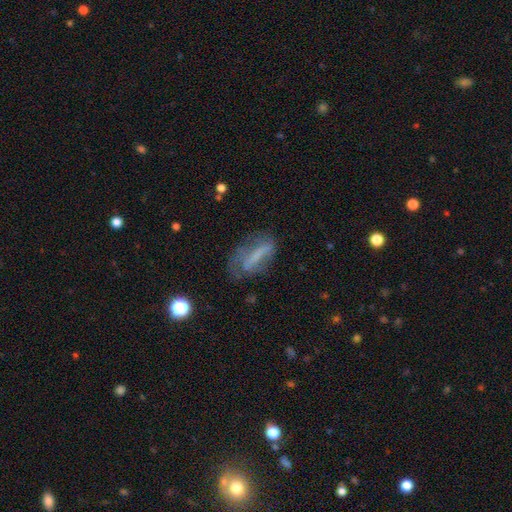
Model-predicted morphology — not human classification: This appears to be a smooth galaxy with no disk features (44%). Merging: none (47%).